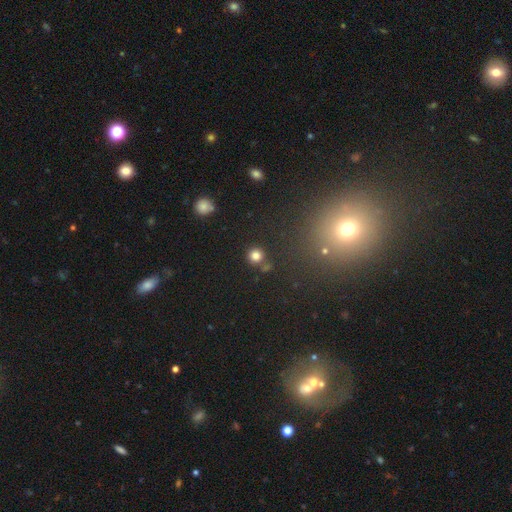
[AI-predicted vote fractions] Smooth or featured?
  - smooth: 80% *
  - star or artifact: 14%
  - featured or disk: 5%
How rounded?
  - round: 93% *
  - in between: 6%
  - cigar-shaped: 1%
Merging?
  - none: 78% *
  - merger: 11%
  - minor disturbance: 8%
  - major disturbance: 3%